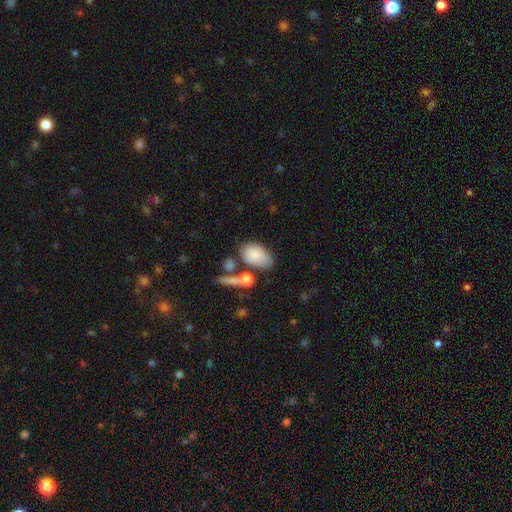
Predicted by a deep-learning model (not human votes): Q: Smooth or featured?
A: smooth (82%); runner-up: featured or disk (11%)
Q: How rounded?
A: in between (92%); runner-up: round (6%)
Q: Merging?
A: none (58%); runner-up: merger (19%)